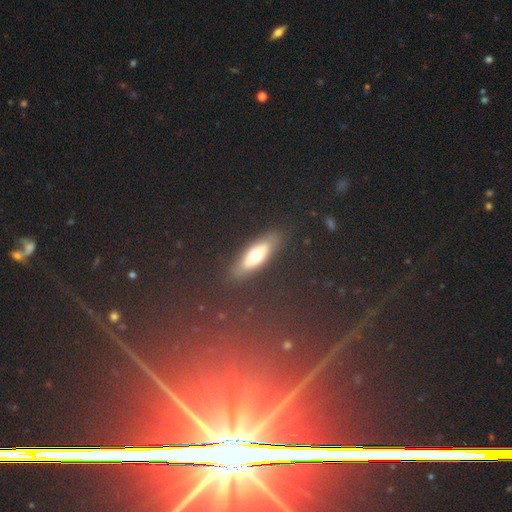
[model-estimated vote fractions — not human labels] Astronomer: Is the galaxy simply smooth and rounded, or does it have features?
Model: smooth — 60%.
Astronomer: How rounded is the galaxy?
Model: in between — 53% (runner-up: cigar-shaped, 43%).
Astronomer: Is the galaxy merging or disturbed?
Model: none — 85%.